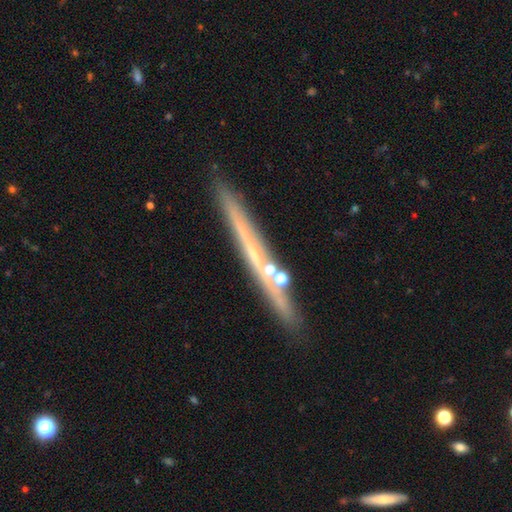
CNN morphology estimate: Smooth or featured: featured or disk — 61% (smooth — 31%)
Edge-on disk: yes — 94% (no — 6%)
Edge-on bulge: none — 75% (rounded — 22%)
Merging: none — 84% (minor disturbance — 9%)